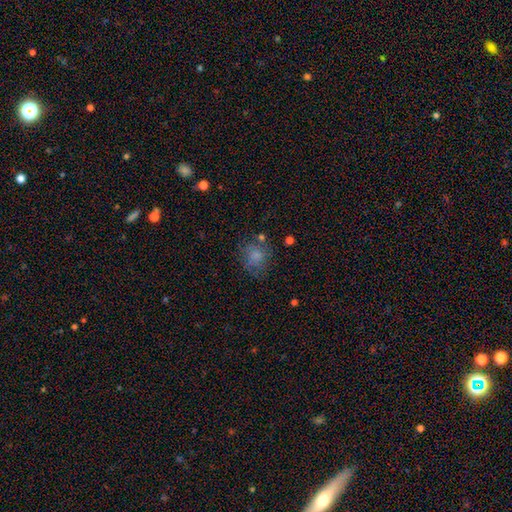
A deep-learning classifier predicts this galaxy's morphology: Overall: smooth (72%). How rounded: round (74%). Merging: none (61%; minor disturbance 21%).